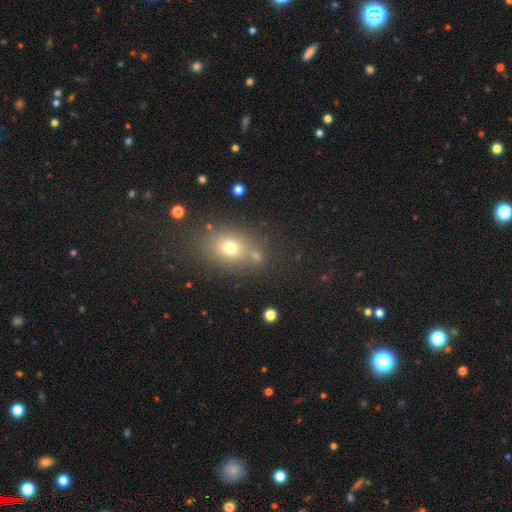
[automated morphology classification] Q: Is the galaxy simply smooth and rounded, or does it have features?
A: smooth — 69%.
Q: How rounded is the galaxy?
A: round — 49%, tied with in between.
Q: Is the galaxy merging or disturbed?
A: none — 70%.